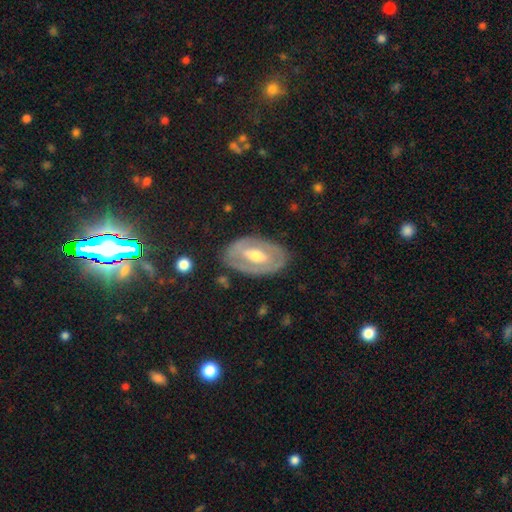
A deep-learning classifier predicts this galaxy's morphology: smooth_or_featured: featured or disk (p=0.69) [alt: smooth p=0.21]
disk_edge_on: no (p=0.91) [alt: yes p=0.09]
bar: weak (p=0.39) [alt: no p=0.33]
has_spiral_arms: no (p=0.55) [alt: yes p=0.45]
bulge_size: moderate (p=0.72) [alt: small p=0.20]
merging: none (p=0.79) [alt: minor disturbance p=0.15]